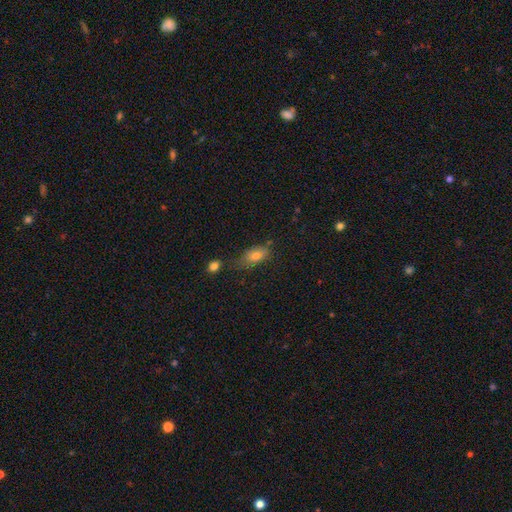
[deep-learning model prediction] The model was most divided on "merging": none: 56%, minor disturbance: 26%, major disturbance: 9%, merger: 8%. More confident: how rounded — in between (85%); smooth or featured — smooth (77%).